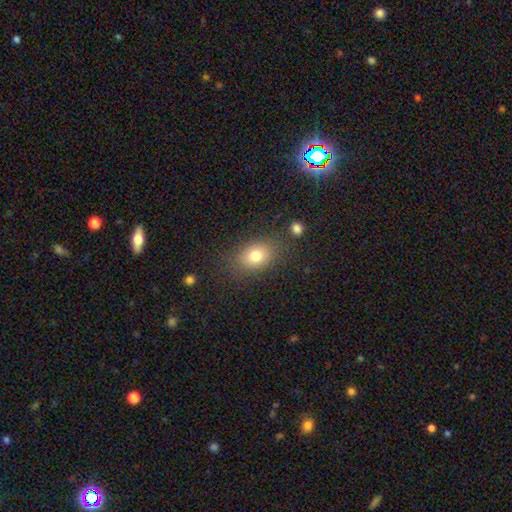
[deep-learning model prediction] Smooth or featured: smooth — 79% (star or artifact — 11%)
How rounded: in between — 70% (round — 28%)
Merging: none — 79% (minor disturbance — 13%)